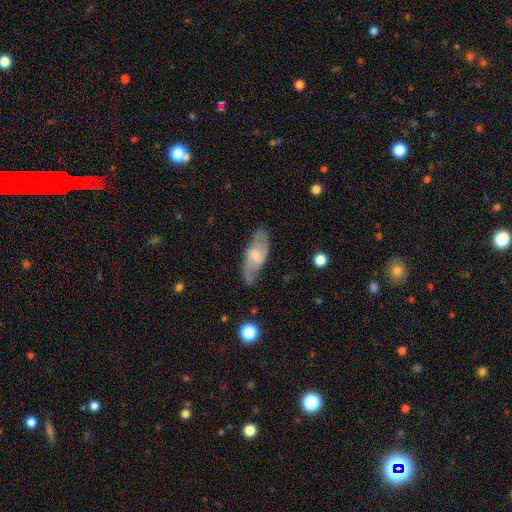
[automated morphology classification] This appears to be a featured or disk galaxy (62%) with a weak bar (55%), spiral arms (80%) and a small central bulge (42%). Merging: none (76%).